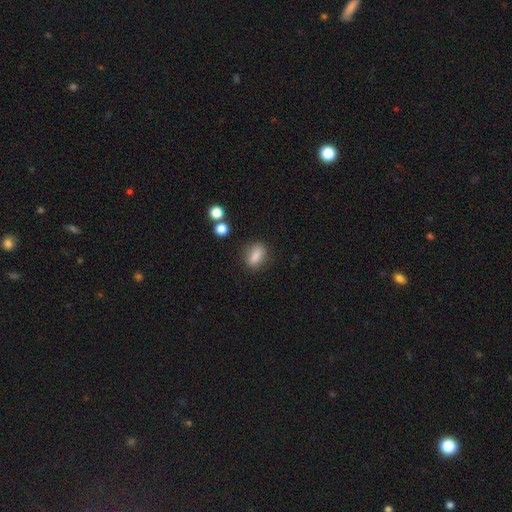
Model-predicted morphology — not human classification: Smooth or featured?
  - smooth: 83% *
  - star or artifact: 9%
  - featured or disk: 8%
How rounded?
  - in between: 73% *
  - round: 15%
  - cigar-shaped: 13%
Merging?
  - none: 80% *
  - minor disturbance: 13%
  - major disturbance: 4%
  - merger: 3%